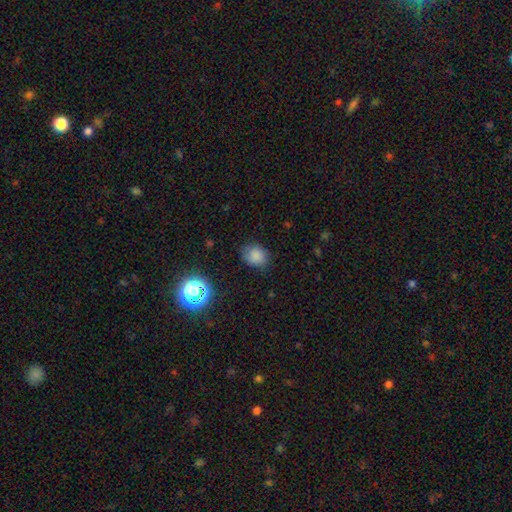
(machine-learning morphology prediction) The model was most divided on "how rounded": round: 54%, in between: 45%, cigar-shaped: 1%. More confident: smooth or featured — smooth (80%); merging — none (78%).